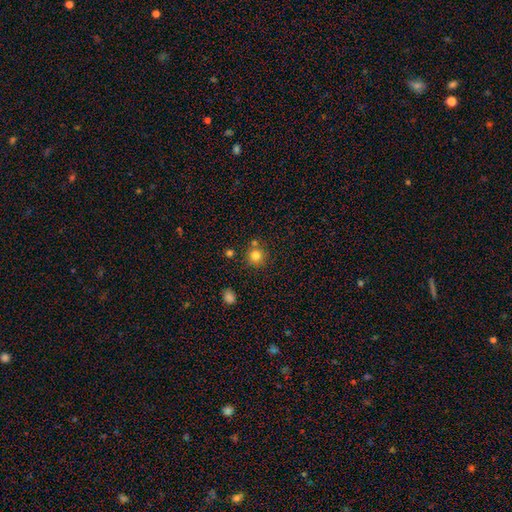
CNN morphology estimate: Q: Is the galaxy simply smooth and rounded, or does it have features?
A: smooth — 81%.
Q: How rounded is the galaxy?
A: round — 93%.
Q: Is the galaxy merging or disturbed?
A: none — 77%.